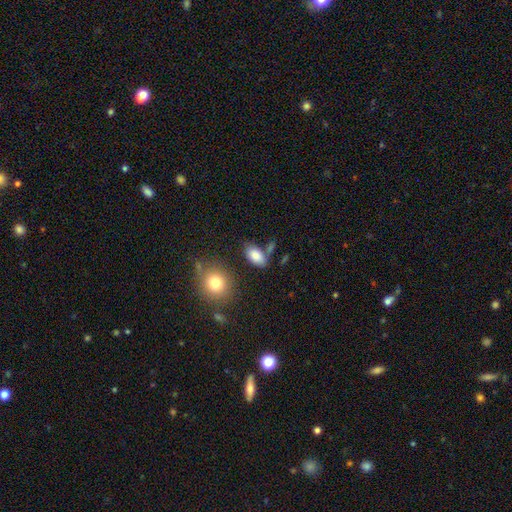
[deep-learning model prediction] Q: Smooth or featured?
A: smooth (84%); runner-up: star or artifact (8%)
Q: How rounded?
A: in between (91%); runner-up: round (6%)
Q: Merging?
A: none (68%); runner-up: minor disturbance (16%)